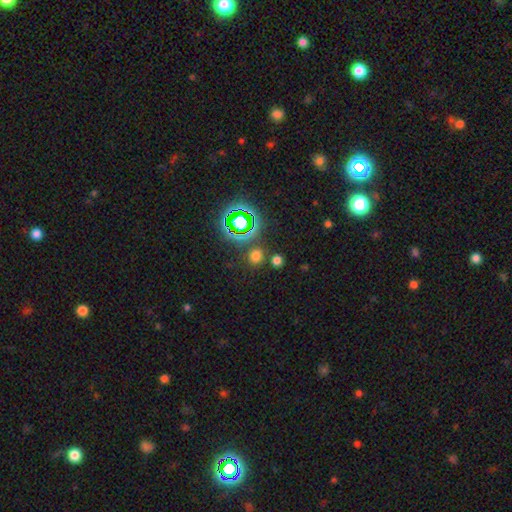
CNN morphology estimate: This is likely a smooth galaxy (64%). How rounded: clearly round (83%). Merging: likely none (80%).